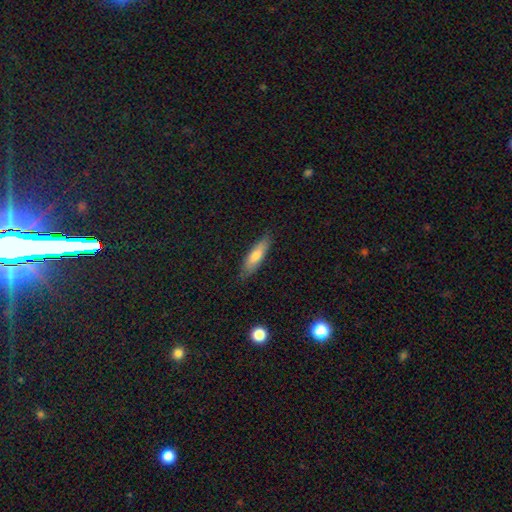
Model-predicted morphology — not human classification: Smooth or featured: smooth — 72% (featured or disk — 21%)
How rounded: cigar-shaped — 58% (in between — 40%)
Merging: none — 81% (minor disturbance — 15%)